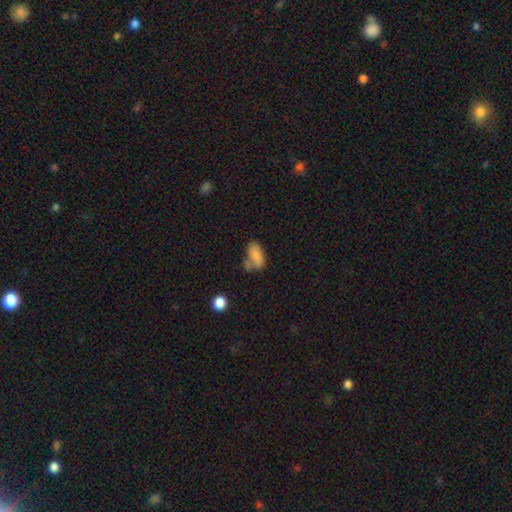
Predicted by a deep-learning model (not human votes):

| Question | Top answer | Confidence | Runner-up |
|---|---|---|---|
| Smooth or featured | smooth | 81% | featured or disk (10%) |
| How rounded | in between | 91% | round (5%) |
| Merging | none | 42% | merger (24%) |